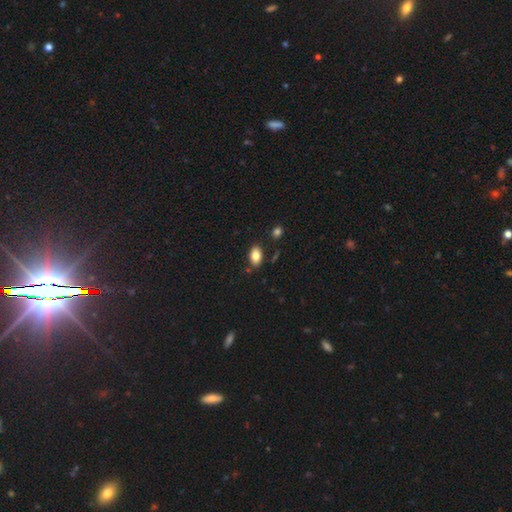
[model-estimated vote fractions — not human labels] smooth-or-featured: smooth: 83% | star or artifact: 9% | featured or disk: 8%
  how-rounded: in between: 89% | round: 9% | cigar-shaped: 2%
  merging: none: 82% | minor disturbance: 12% | merger: 4% | major disturbance: 3%